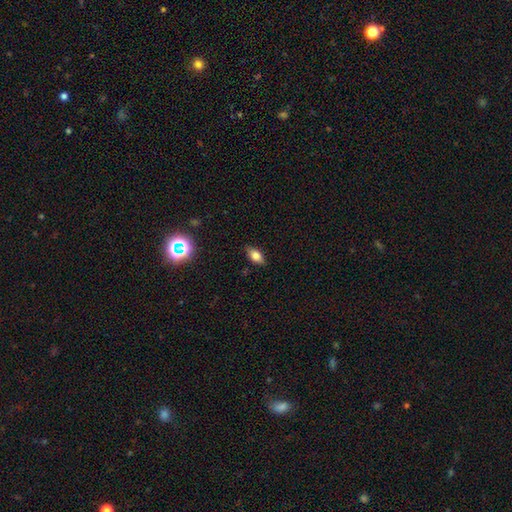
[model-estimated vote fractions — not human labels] A smooth galaxy with no disk features (74%) that is in between round and cigar-shaped (86%).

Vote fractions:
- Smooth or featured? smooth: 74% / featured or disk: 16% / star or artifact: 10%
- How rounded? in between: 86% / cigar-shaped: 9% / round: 5%
- Merging? none: 86% / minor disturbance: 11% / major disturbance: 2% / merger: 1%